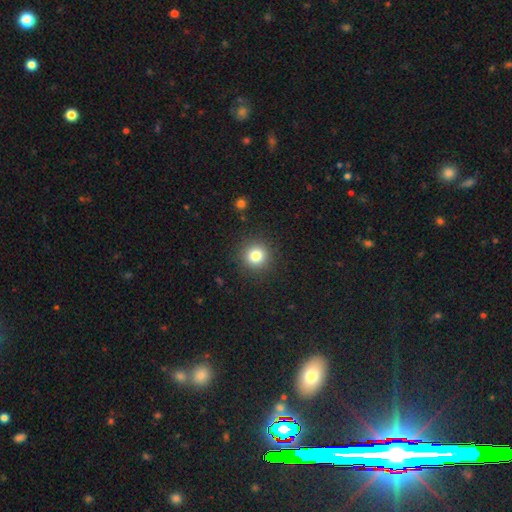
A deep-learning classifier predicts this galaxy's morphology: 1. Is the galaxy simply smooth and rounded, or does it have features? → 80% smooth, 13% star or artifact, 7% featured or disk.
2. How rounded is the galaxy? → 94% round, 5% in between, 1% cigar-shaped.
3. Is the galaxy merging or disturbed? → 91% none, 6% minor disturbance, 2% major disturbance, 1% merger.